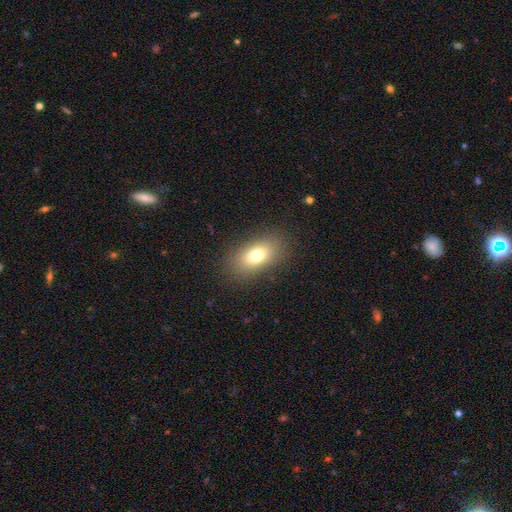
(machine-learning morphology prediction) type=smooth (76%); roundness=in between (86%); merging=none (87%).